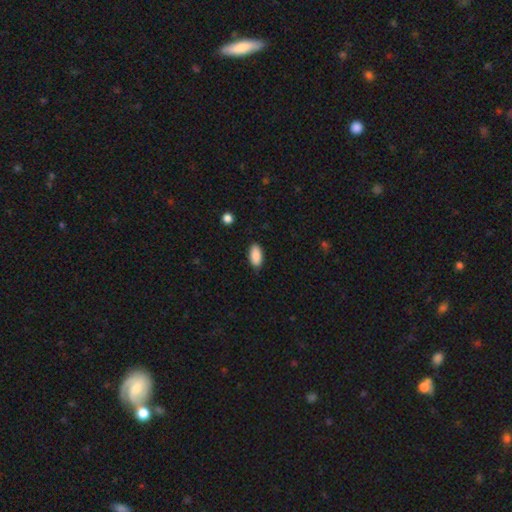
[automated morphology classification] smooth_or_featured: smooth (p=0.90) [alt: star or artifact p=0.07]
how_rounded: in between (p=0.92) [alt: cigar-shaped p=0.05]
merging: none (p=0.87) [alt: minor disturbance p=0.10]